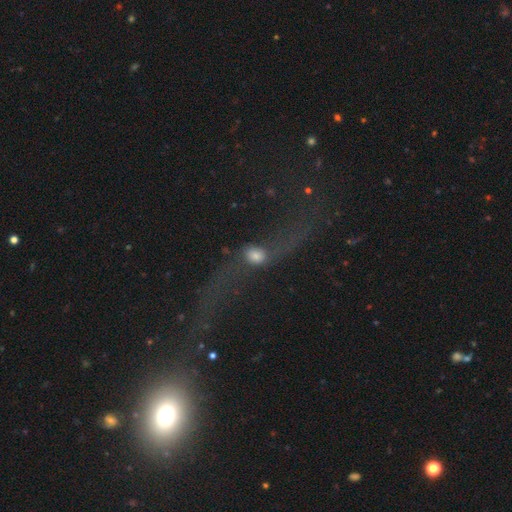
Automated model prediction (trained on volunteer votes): Smooth or featured? Predicted: featured or disk (p=0.53). Edge-on disk? Predicted: no (p=0.78). Merging? Predicted: major disturbance (p=0.42).